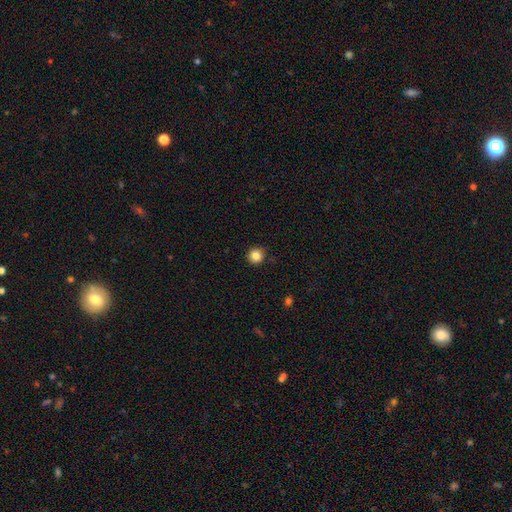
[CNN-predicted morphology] This appears to be a smooth galaxy with no disk features (85%) that is round (94%). Merging: none (91%).